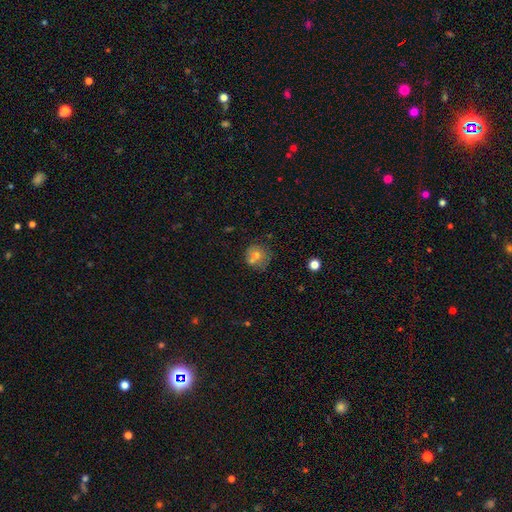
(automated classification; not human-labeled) A smooth galaxy with no disk features (65%) that is round (87%).

Vote fractions:
- Smooth or featured? smooth: 65% / featured or disk: 22% / star or artifact: 13%
- How rounded? round: 87% / in between: 12% / cigar-shaped: 1%
- Merging? none: 57% / merger: 22% / minor disturbance: 16% / major disturbance: 6%